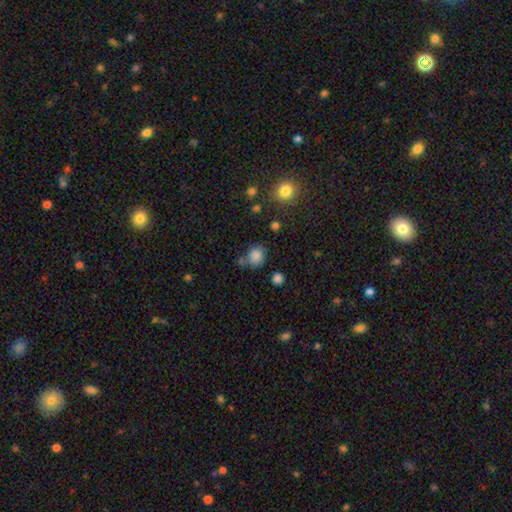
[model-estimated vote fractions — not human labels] Q: Smooth or featured?
A: smooth (82%); runner-up: star or artifact (12%)
Q: How rounded?
A: round (75%); runner-up: in between (24%)
Q: Merging?
A: none (60%); runner-up: minor disturbance (18%)